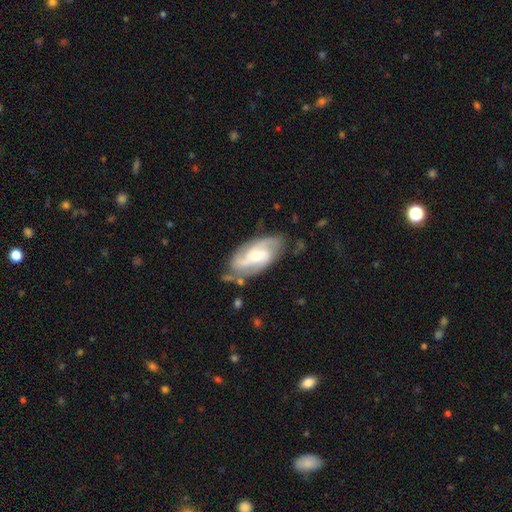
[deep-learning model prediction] Morphology: type=featured or disk (82%); edge-on=no (94%); bar=no (48%); spiral arms=yes (95%); winding=medium (48%); arm count=2 (51%); bulge=moderate (51%); merging=none (71%).